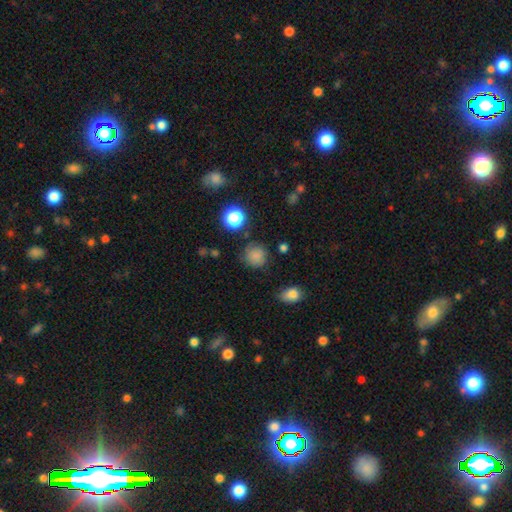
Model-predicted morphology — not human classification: A smooth galaxy with no disk features (80%) that is round (90%).

Vote fractions:
- Smooth or featured? smooth: 80% / star or artifact: 13% / featured or disk: 7%
- How rounded? round: 90% / in between: 9% / cigar-shaped: 1%
- Merging? none: 76% / minor disturbance: 16% / major disturbance: 5% / merger: 3%